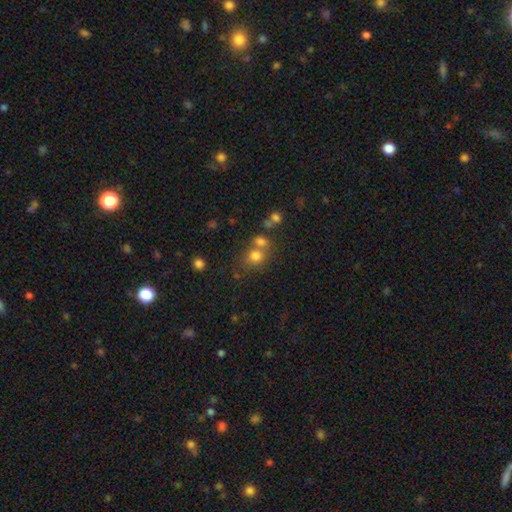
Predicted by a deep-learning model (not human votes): Smooth or featured?
  - smooth: 75% *
  - star or artifact: 15%
  - featured or disk: 10%
How rounded?
  - round: 74% *
  - in between: 25%
  - cigar-shaped: 1%
Merging?
  - none: 51% *
  - merger: 35%
  - minor disturbance: 10%
  - major disturbance: 5%